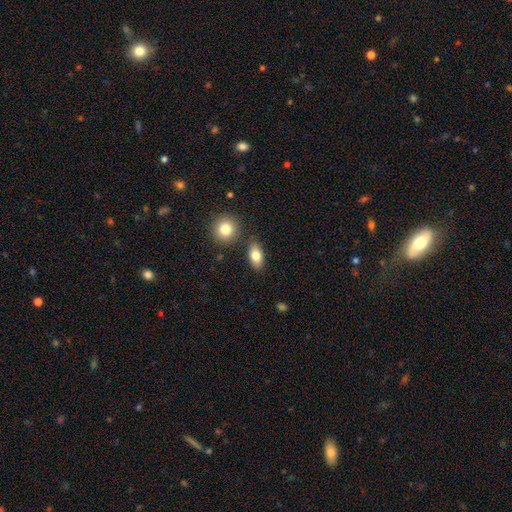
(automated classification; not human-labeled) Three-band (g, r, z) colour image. It shows a smooth galaxy with no disk features (82%) that is in between round and cigar-shaped (86%). Merging: none (81%).